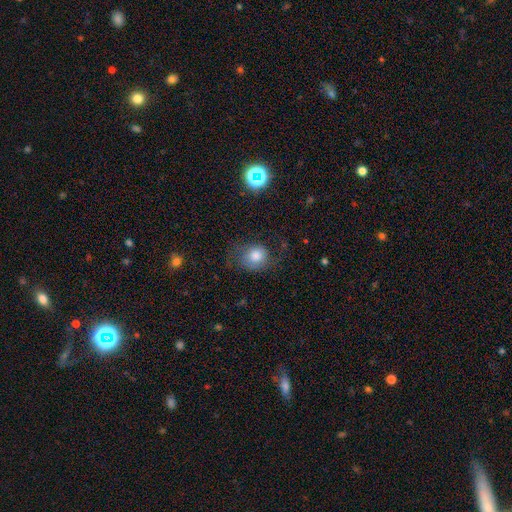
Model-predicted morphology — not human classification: Smooth or featured?
  - smooth: 70% *
  - featured or disk: 20%
  - star or artifact: 11%
How rounded?
  - round: 69% *
  - in between: 30%
  - cigar-shaped: 1%
Merging?
  - none: 53% *
  - minor disturbance: 24%
  - major disturbance: 21%
  - merger: 2%